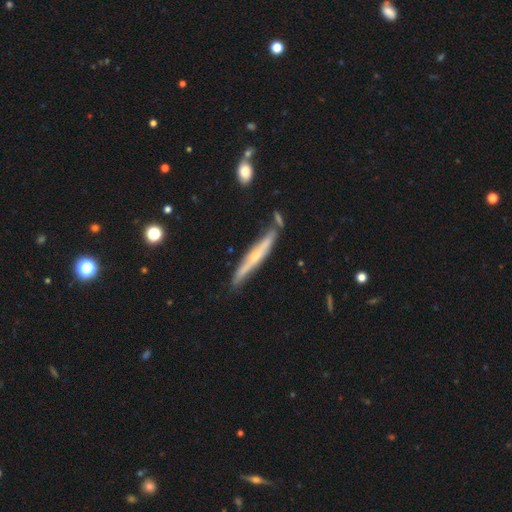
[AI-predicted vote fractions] Overall: featured or disk (64%; smooth 30%). Edge-on disk: yes (91%). Edge-on bulge: rounded (69%). Merging: none (73%).